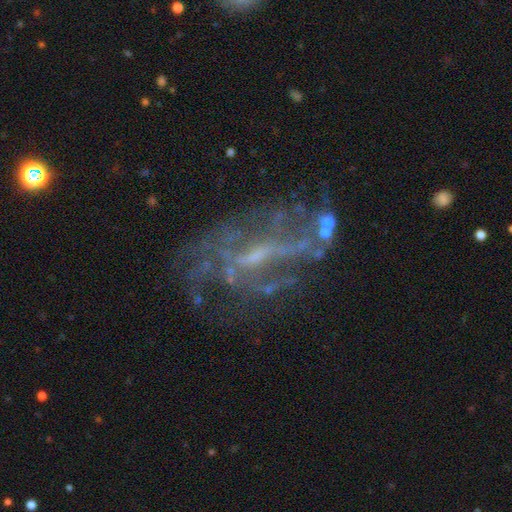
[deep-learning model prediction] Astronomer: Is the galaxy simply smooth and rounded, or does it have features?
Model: featured or disk — 76%.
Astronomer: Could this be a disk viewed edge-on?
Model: no — 94%.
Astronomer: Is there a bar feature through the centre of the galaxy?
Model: weak — 41% (runner-up: no, 36%).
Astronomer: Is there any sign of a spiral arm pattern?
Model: yes — 51% (runner-up: no, 49%).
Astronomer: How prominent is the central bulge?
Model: small — 48% (runner-up: none, 29%).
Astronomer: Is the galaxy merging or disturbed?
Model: none — 47% (runner-up: major disturbance, 28%).